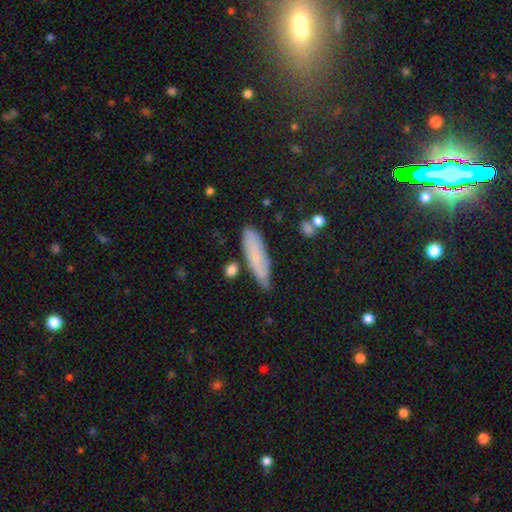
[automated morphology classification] smooth_or_featured: smooth (p=0.66) [alt: featured or disk p=0.19]
how_rounded: cigar-shaped (p=0.65) [alt: in between p=0.32]
merging: none (p=0.69) [alt: minor disturbance p=0.22]